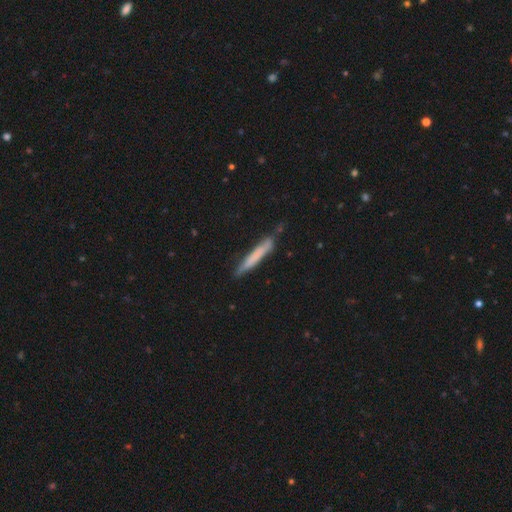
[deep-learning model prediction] smooth-or-featured: smooth: 64% | featured or disk: 30% | star or artifact: 6%
  how-rounded: cigar-shaped: 95% | in between: 3% | round: 1%
  merging: none: 76% | minor disturbance: 18% | major disturbance: 3% | merger: 3%